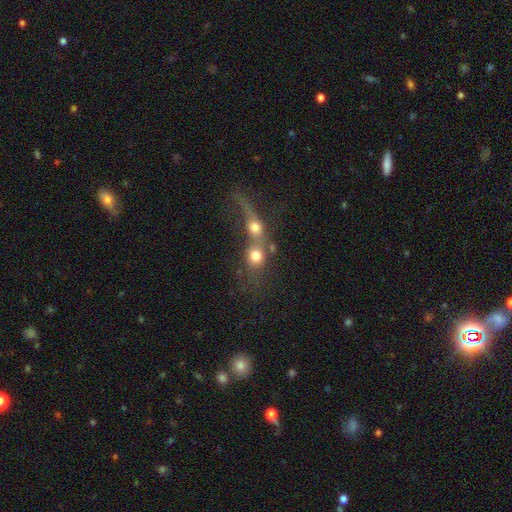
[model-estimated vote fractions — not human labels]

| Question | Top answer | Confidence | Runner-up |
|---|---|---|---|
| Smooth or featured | smooth | 69% | featured or disk (18%) |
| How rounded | round | 74% | in between (22%) |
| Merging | merger | 66% | none (20%) |